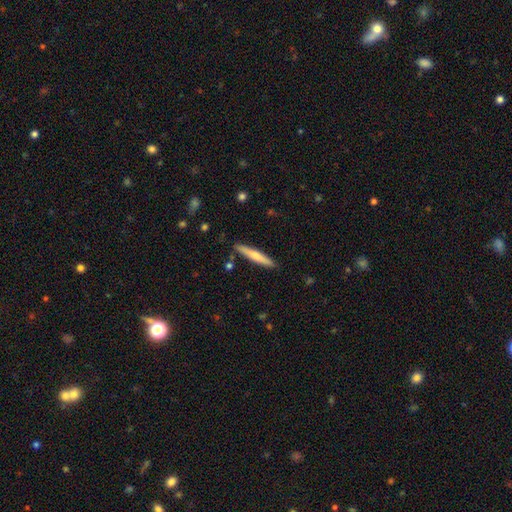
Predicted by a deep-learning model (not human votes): Smooth or featured? smooth (57%)
How rounded? cigar-shaped (93%)
Merging? none (88%)